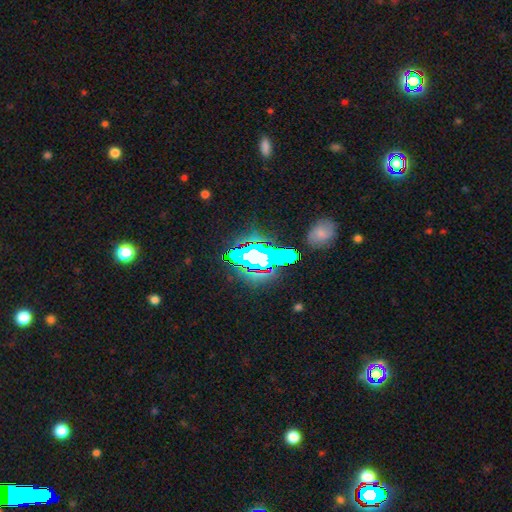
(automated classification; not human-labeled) The model was most divided on "smooth or featured": star or artifact: 78%, smooth: 12%, featured or disk: 11%.